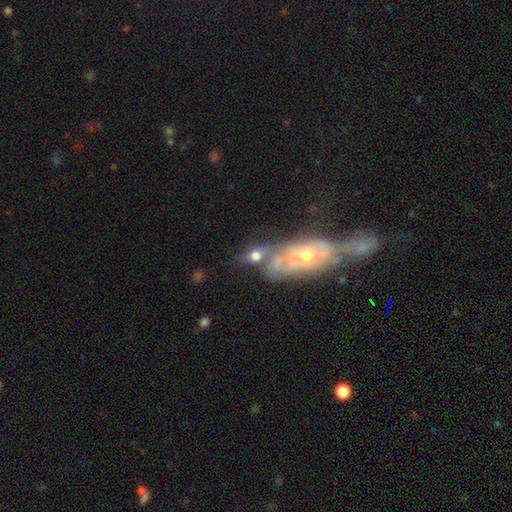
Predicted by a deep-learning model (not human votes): Smooth or featured?
  - smooth: 56% *
  - featured or disk: 32%
  - star or artifact: 12%
How rounded?
  - in between: 60% *
  - round: 35%
  - cigar-shaped: 5%
Merging?
  - merger: 46% *
  - none: 29%
  - minor disturbance: 13%
  - major disturbance: 11%